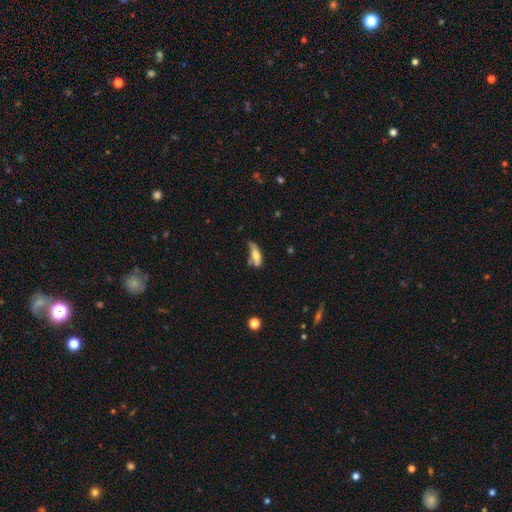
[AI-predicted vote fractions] smooth-or-featured: smooth: 61% | featured or disk: 30% | star or artifact: 9%
  how-rounded: in between: 65% | cigar-shaped: 31% | round: 3%
  merging: none: 32% | minor disturbance: 27% | merger: 23% | major disturbance: 17%